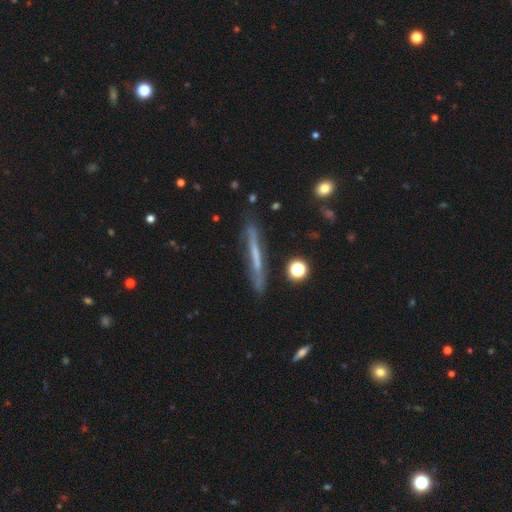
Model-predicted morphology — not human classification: Q: Smooth or featured?
A: featured or disk (52%); runner-up: smooth (40%)
Q: Edge-on disk?
A: yes (89%); runner-up: no (11%)
Q: Merging?
A: none (80%); runner-up: minor disturbance (14%)